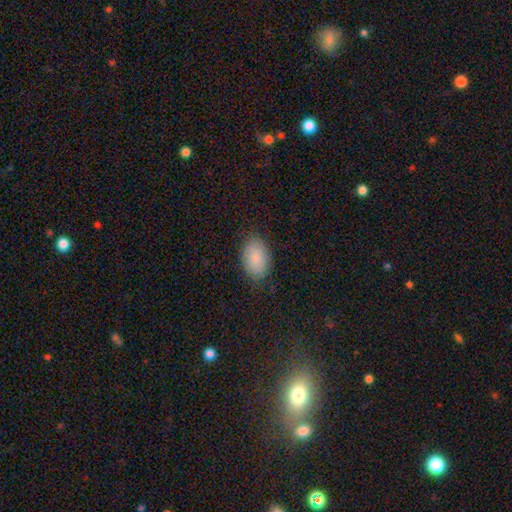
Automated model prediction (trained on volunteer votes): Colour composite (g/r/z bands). It shows a smooth galaxy with no disk features (87%) that is in between round and cigar-shaped (90%). Merging: none (84%).